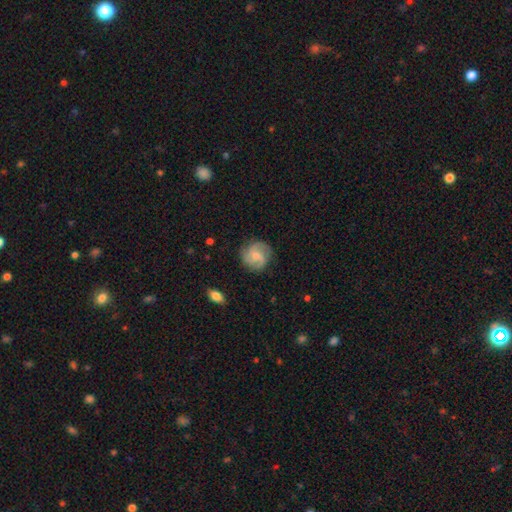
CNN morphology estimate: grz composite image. It shows a featured or disk galaxy (67%) with no bar (58%), 3 (46%) medium (48%) spiral arms (95%) and a small central bulge (59%). Merging: none (81%).